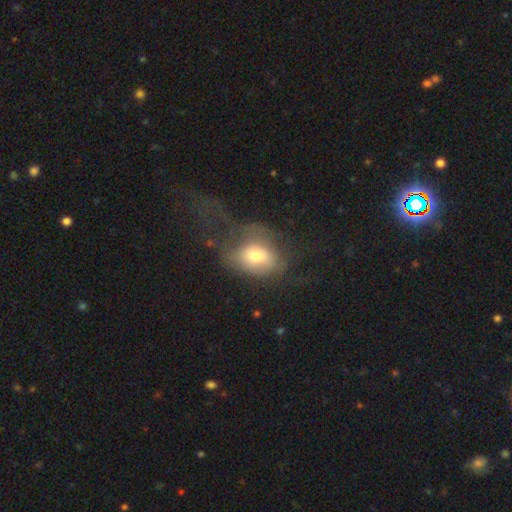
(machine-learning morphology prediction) Q: Smooth or featured?
A: smooth (64%); runner-up: featured or disk (27%)
Q: How rounded?
A: in between (63%); runner-up: round (35%)
Q: Merging?
A: major disturbance (49%); runner-up: none (27%)